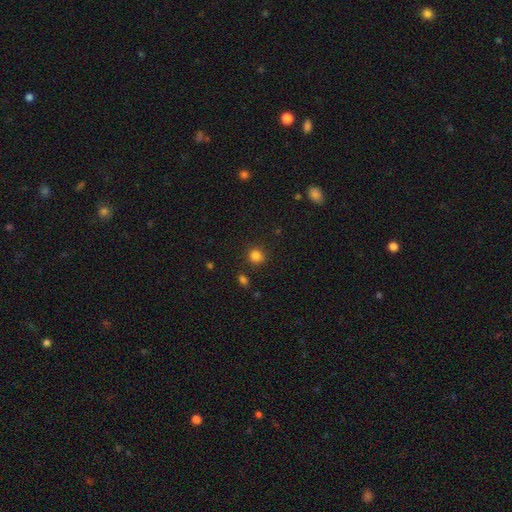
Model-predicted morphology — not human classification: A smooth galaxy with no disk features (82%) that is round (89%). Merging: none (84%).